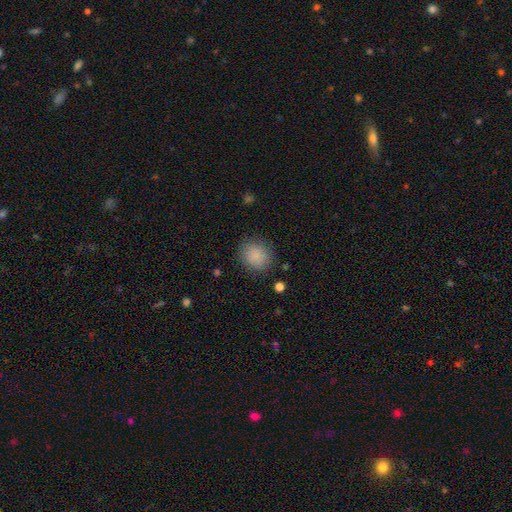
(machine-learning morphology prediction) type=smooth (87%); roundness=round (79%); merging=none (86%).